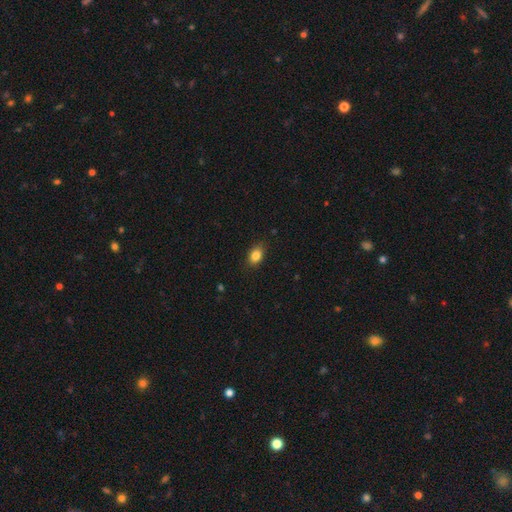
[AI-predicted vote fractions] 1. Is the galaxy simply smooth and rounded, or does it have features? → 85% smooth, 9% star or artifact, 6% featured or disk.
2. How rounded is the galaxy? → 77% in between, 21% round, 2% cigar-shaped.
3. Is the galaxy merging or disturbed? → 83% none, 13% minor disturbance, 3% major disturbance, 1% merger.